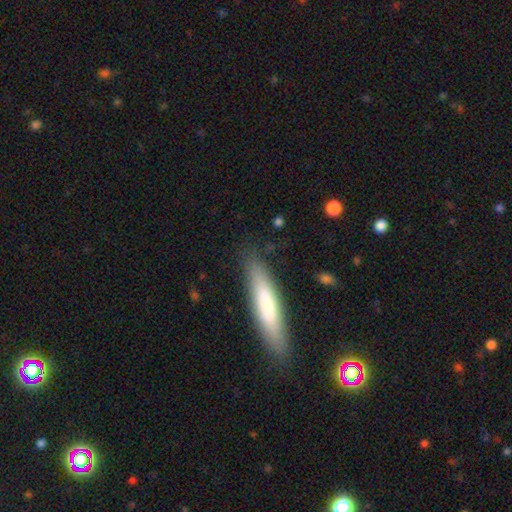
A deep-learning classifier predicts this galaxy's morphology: Smooth or featured: smooth — 65% (featured or disk — 27%)
How rounded: cigar-shaped — 89% (in between — 10%)
Merging: none — 86% (minor disturbance — 10%)